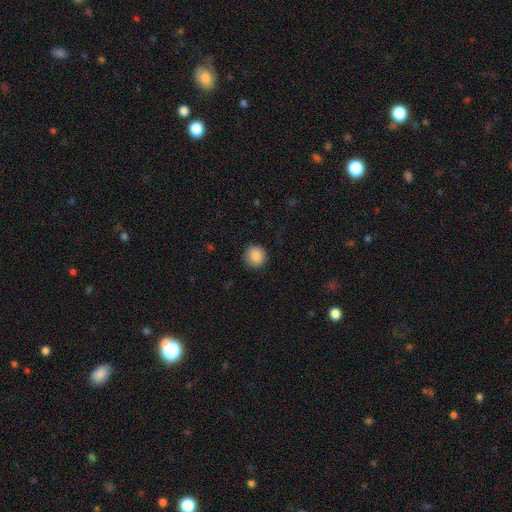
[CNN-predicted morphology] This is clearly a smooth galaxy (88%). How rounded: clearly round (91%). Merging: clearly none (87%).